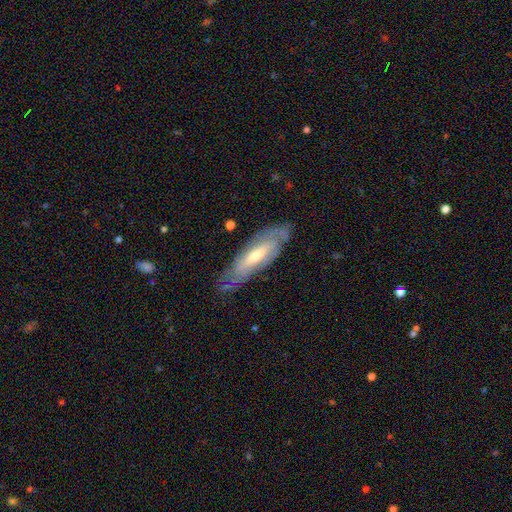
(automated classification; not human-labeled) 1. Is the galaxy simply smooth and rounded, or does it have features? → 66% featured or disk, 28% smooth, 6% star or artifact.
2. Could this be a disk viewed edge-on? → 70% no, 30% yes.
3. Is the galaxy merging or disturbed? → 69% none, 22% minor disturbance, 8% major disturbance, 2% merger.